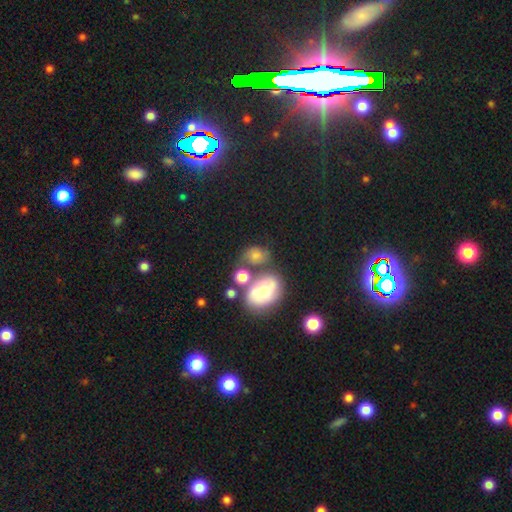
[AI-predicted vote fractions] Q: Smooth or featured?
A: smooth (65%); runner-up: featured or disk (19%)
Q: How rounded?
A: in between (50%); runner-up: round (48%)
Q: Merging?
A: none (46%); runner-up: merger (27%)